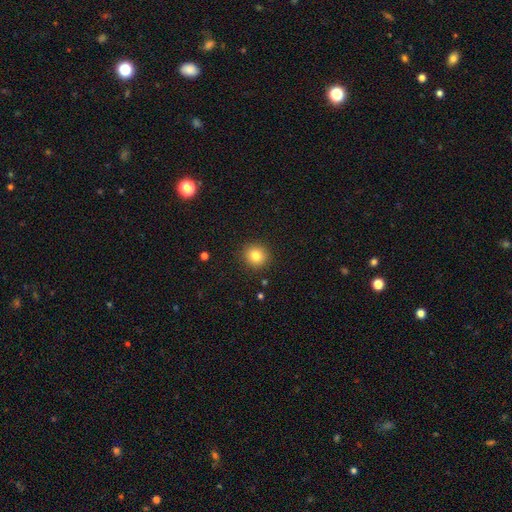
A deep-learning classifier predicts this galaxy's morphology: Smooth or featured?
  - smooth: 82% *
  - star or artifact: 11%
  - featured or disk: 7%
How rounded?
  - round: 91% *
  - in between: 8%
  - cigar-shaped: 1%
Merging?
  - none: 91% *
  - minor disturbance: 6%
  - major disturbance: 2%
  - merger: 1%